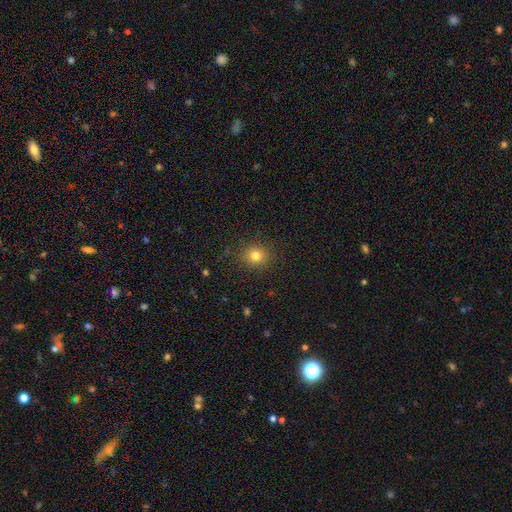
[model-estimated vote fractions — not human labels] Smooth or featured? Predicted: smooth (p=0.80). How rounded? Predicted: round (p=0.85). Merging? Predicted: none (p=0.88).